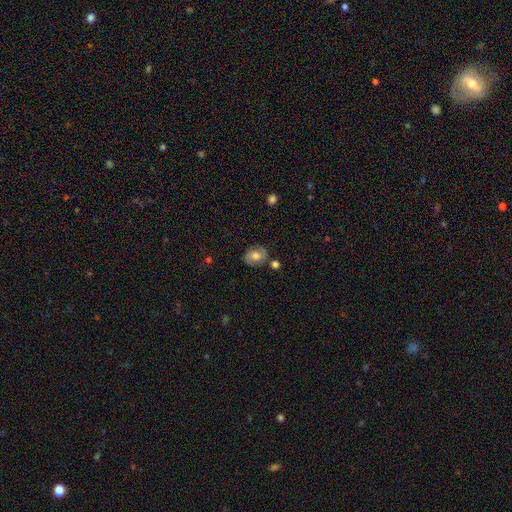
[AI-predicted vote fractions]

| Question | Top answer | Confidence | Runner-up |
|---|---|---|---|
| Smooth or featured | smooth | 53% | featured or disk (37%) |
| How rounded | round | 54% | in between (45%) |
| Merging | none | 73% | minor disturbance (17%) |